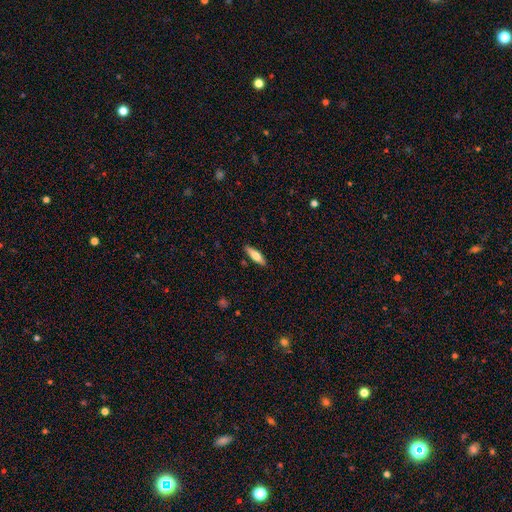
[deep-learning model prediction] smooth-or-featured: smooth: 63% | featured or disk: 31% | star or artifact: 6%
  how-rounded: cigar-shaped: 59% | in between: 39% | round: 2%
  merging: none: 88% | minor disturbance: 9% | major disturbance: 2% | merger: 1%